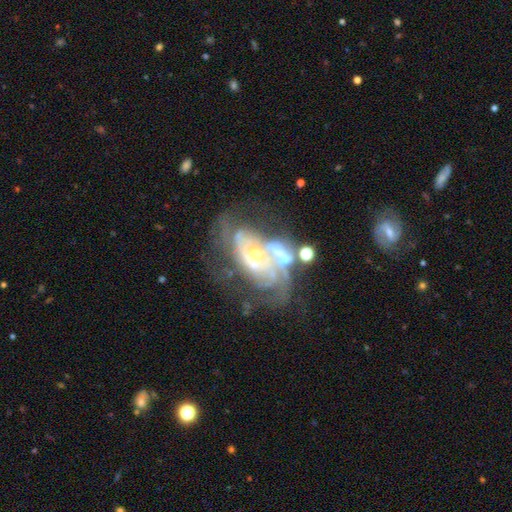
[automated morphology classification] A featured or disk galaxy (79%) with no bar (63%), tight (41%) spiral arms (78%) and a small central bulge (52%).

Vote fractions:
- Smooth or featured? featured or disk: 79% / star or artifact: 11% / smooth: 10%
- Edge-on disk? no: 96% / yes: 4%
- Bar? no: 63% / weak: 28% / strong: 9%
- Spiral arms? yes: 78% / no: 22%
- Spiral winding? tight: 41% / medium: 39% / loose: 21%
- Spiral arm count? can't tell: 43% / 2: 24% / 3: 15% / 4: 7% / 1: 6% / more than 4: 4%
- Bulge size? small: 52% / moderate: 37% / none: 7% / large: 4% / dominant: 1%
- Merging? major disturbance: 31% / none: 29% / merger: 24% / minor disturbance: 16%